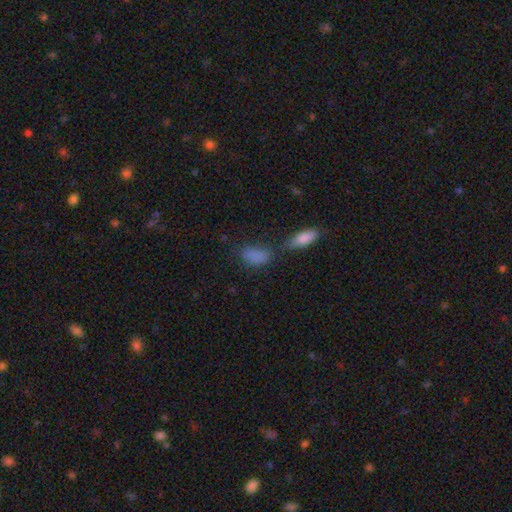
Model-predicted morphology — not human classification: A smooth galaxy with no disk features (79%) that is in between round and cigar-shaped (84%).

Vote fractions:
- Smooth or featured? smooth: 79% / star or artifact: 13% / featured or disk: 8%
- How rounded? in between: 84% / cigar-shaped: 9% / round: 7%
- Merging? none: 42% / merger: 31% / minor disturbance: 17% / major disturbance: 10%